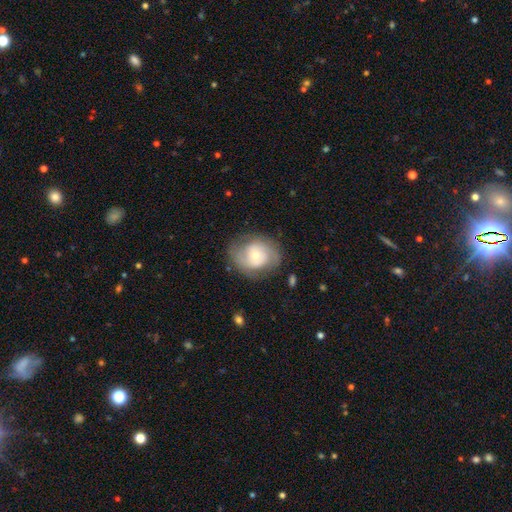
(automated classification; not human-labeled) Morphology: type=featured or disk (55%); edge-on=no (96%); bar=no (71%); spiral arms=yes (70%); bulge=moderate (51%); merging=none (71%).